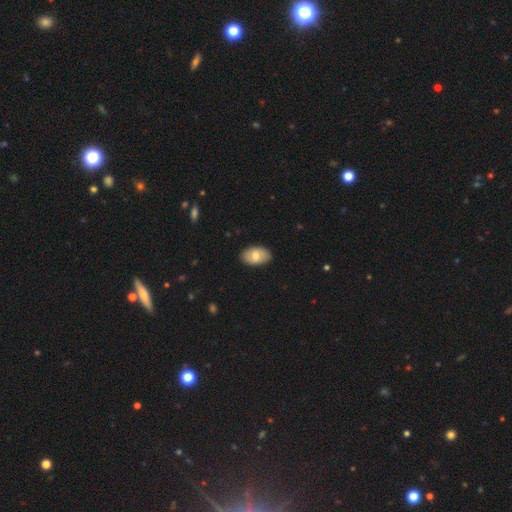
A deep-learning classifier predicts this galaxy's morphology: A smooth galaxy with no disk features (76%) that is in between round and cigar-shaped (94%).

Vote fractions:
- Smooth or featured? smooth: 76% / featured or disk: 18% / star or artifact: 6%
- How rounded? in between: 94% / round: 5% / cigar-shaped: 1%
- Merging? none: 87% / minor disturbance: 10% / major disturbance: 2% / merger: 1%